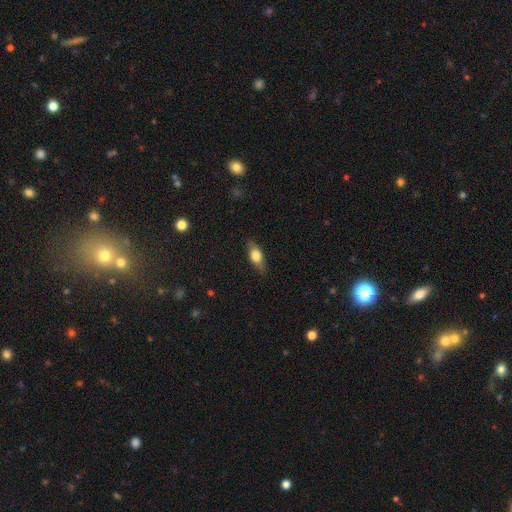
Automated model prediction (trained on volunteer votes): Q: Smooth or featured?
A: smooth (63%); runner-up: featured or disk (30%)
Q: How rounded?
A: in between (70%); runner-up: cigar-shaped (24%)
Q: Merging?
A: none (82%); runner-up: minor disturbance (14%)